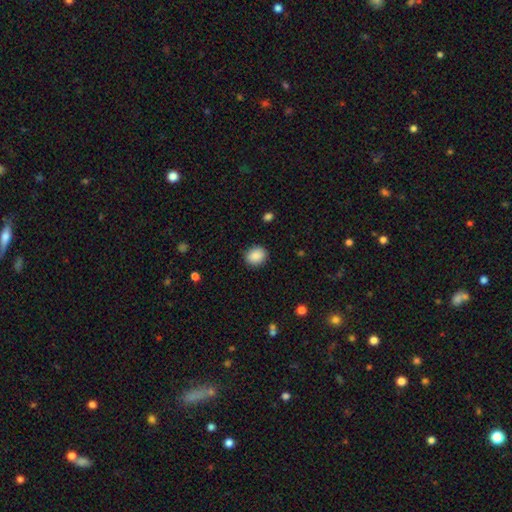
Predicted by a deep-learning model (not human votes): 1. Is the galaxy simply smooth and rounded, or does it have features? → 88% smooth, 8% star or artifact, 5% featured or disk.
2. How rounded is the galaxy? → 62% round, 37% in between, 1% cigar-shaped.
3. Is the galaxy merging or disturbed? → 88% none, 8% minor disturbance, 2% major disturbance, 1% merger.